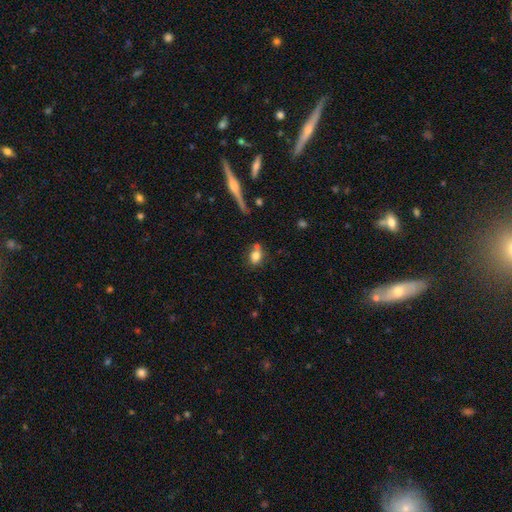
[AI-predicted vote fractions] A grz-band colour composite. It shows a smooth galaxy with no disk features (77%) that is in between round and cigar-shaped (65%). Merging: none (55%).